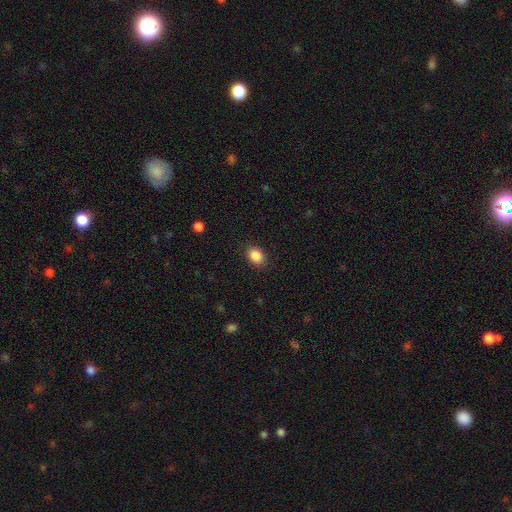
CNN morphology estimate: This appears to be a smooth galaxy with no disk features (87%) that is in between round and cigar-shaped (68%). Merging: none (88%).